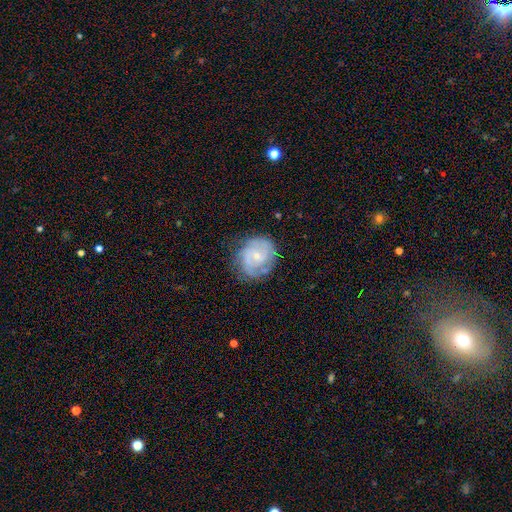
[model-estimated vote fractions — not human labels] A featured or disk galaxy (72%) with no bar (57%), 2 (52%) tight (45%) spiral arms (90%) and a small central bulge (68%).

Vote fractions:
- Smooth or featured? featured or disk: 72% / smooth: 21% / star or artifact: 6%
- Edge-on disk? no: 98% / yes: 2%
- Bar? no: 57% / weak: 37% / strong: 6%
- Spiral arms? yes: 90% / no: 10%
- Spiral winding? tight: 45% / medium: 41% / loose: 14%
- Spiral arm count? 2: 52% / can't tell: 24% / 3: 12% / 1: 5% / 4: 3% / more than 4: 3%
- Bulge size? small: 68% / moderate: 26% / none: 3% / large: 1% / dominant: 1%
- Merging? none: 70% / minor disturbance: 20% / major disturbance: 8% / merger: 2%